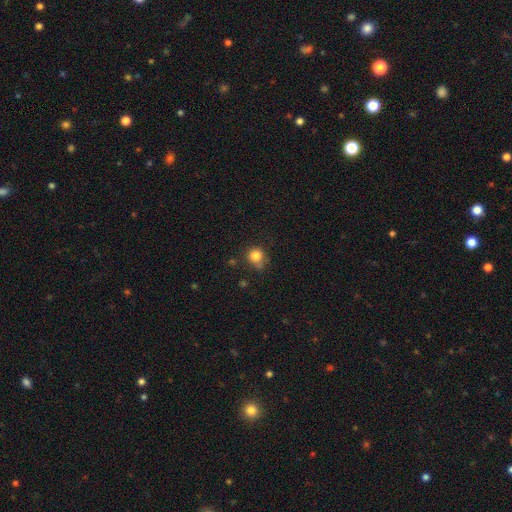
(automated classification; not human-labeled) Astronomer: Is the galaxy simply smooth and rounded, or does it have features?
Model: smooth — 82%.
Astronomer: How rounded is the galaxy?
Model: round — 86%.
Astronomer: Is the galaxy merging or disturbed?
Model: none — 62%.